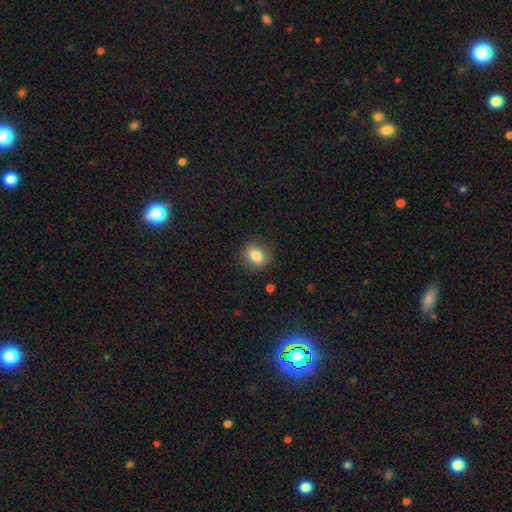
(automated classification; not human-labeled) This appears to be a smooth galaxy with no disk features (81%) that is round (64%). Merging: none (83%).